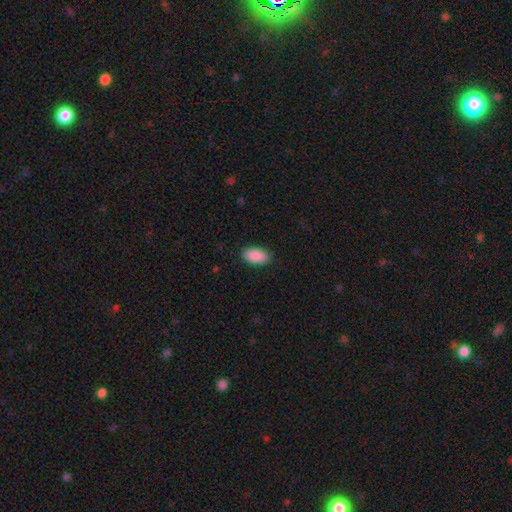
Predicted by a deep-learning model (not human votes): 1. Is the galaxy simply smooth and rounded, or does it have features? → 91% smooth, 6% star or artifact, 3% featured or disk.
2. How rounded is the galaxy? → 94% in between, 3% cigar-shaped, 3% round.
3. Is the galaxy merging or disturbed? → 87% none, 9% minor disturbance, 2% major disturbance, 1% merger.